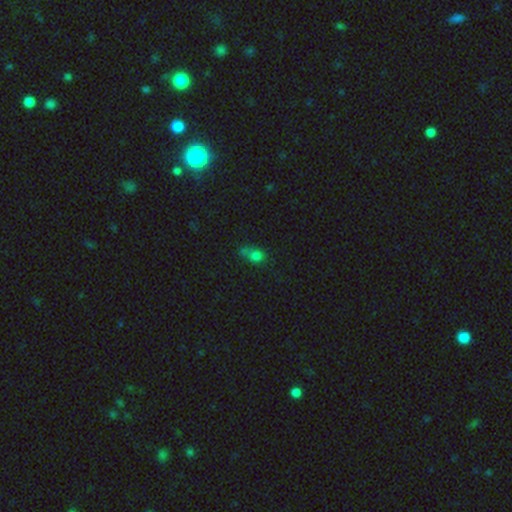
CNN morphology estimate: Overall: smooth (72%). How rounded: round (53%; in between 43%). Merging: none (41%; minor disturbance 25%).